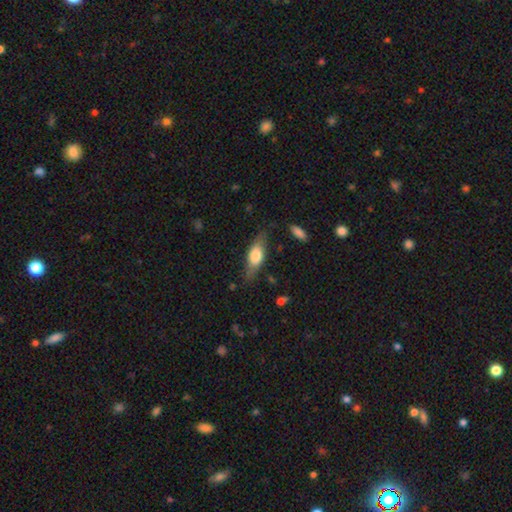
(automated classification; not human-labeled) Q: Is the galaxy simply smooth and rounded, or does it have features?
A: smooth — 62%.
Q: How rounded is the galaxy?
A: in between — 67%.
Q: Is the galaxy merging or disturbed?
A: none — 73%.